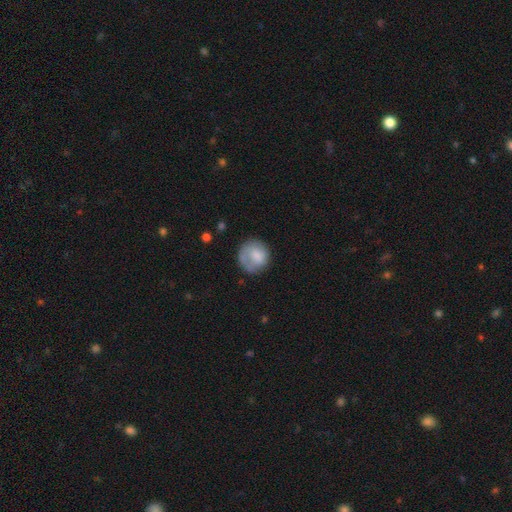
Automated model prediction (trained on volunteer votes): Smooth or featured?
  - smooth: 73% *
  - featured or disk: 20%
  - star or artifact: 7%
How rounded?
  - round: 86% *
  - in between: 13%
  - cigar-shaped: 1%
Merging?
  - none: 62% *
  - minor disturbance: 22%
  - major disturbance: 14%
  - merger: 2%